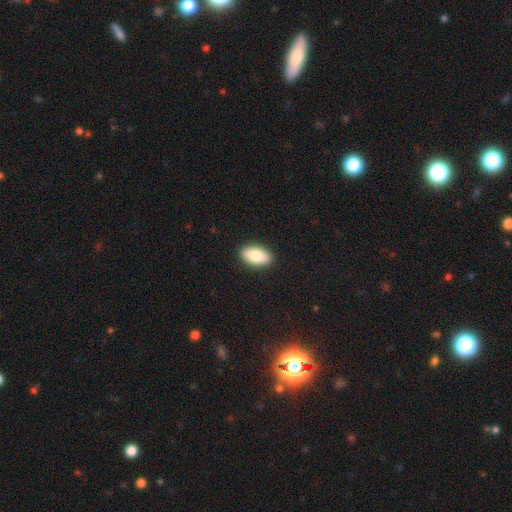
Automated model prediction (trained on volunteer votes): Smooth or featured?
  - smooth: 81% *
  - featured or disk: 12%
  - star or artifact: 6%
How rounded?
  - in between: 93% *
  - round: 4%
  - cigar-shaped: 3%
Merging?
  - none: 90% *
  - minor disturbance: 7%
  - major disturbance: 2%
  - merger: 1%